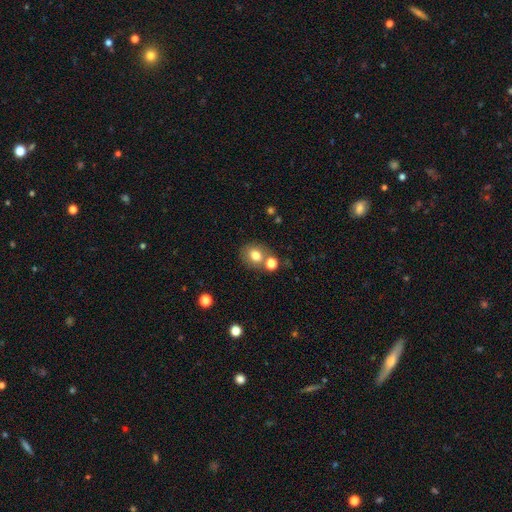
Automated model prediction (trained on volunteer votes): Q: Smooth or featured?
A: smooth (77%); runner-up: star or artifact (12%)
Q: How rounded?
A: round (69%); runner-up: in between (30%)
Q: Merging?
A: none (63%); runner-up: merger (21%)